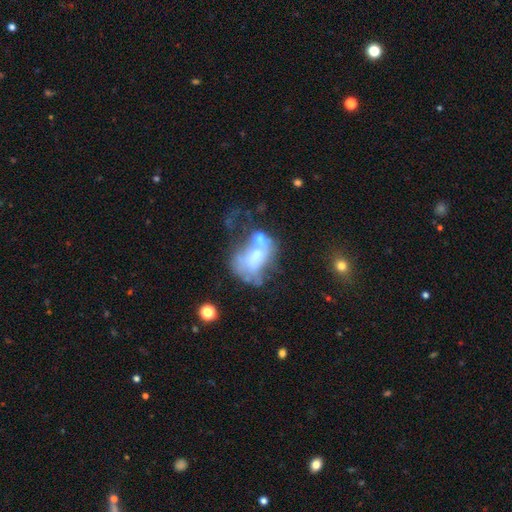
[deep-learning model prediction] This is possibly a featured or disk galaxy (54%). It is clearly not viewed edge-on (97%). Bar: likely no (80%). Spiral arm pattern: clearly no (83%). Central bulge: marginally moderate (41%). Merging: marginally merger (44%).